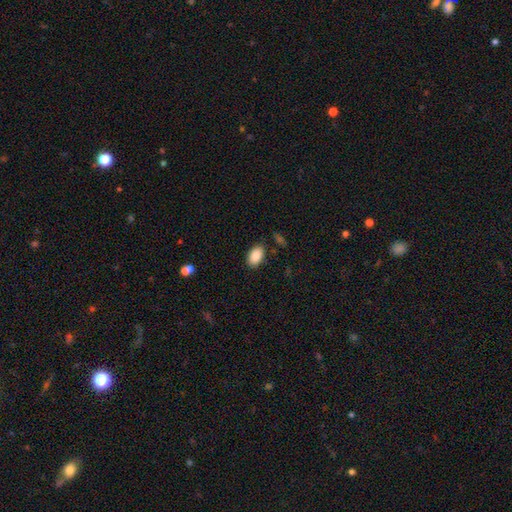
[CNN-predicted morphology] Q: Smooth or featured?
A: smooth (89%); runner-up: star or artifact (7%)
Q: How rounded?
A: in between (92%); runner-up: round (6%)
Q: Merging?
A: none (83%); runner-up: minor disturbance (12%)